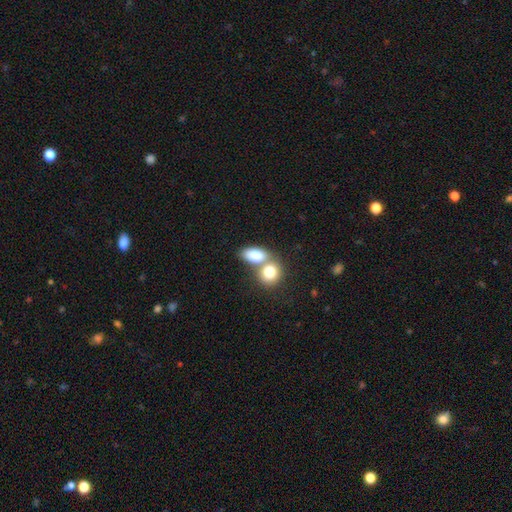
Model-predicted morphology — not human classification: The model was most divided on "merging": merger: 57%, none: 32%, minor disturbance: 8%, major disturbance: 4%. More confident: smooth or featured — smooth (80%); how rounded — in between (77%).